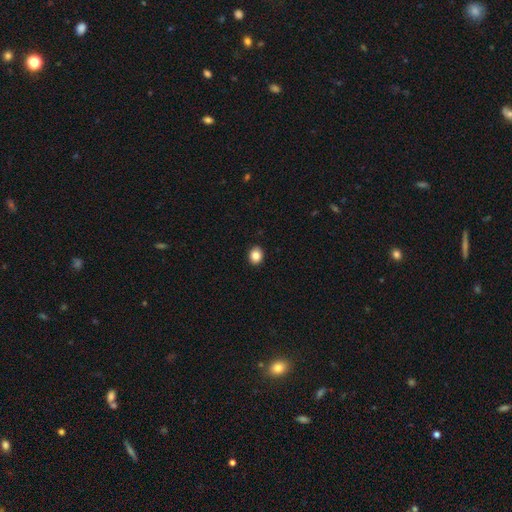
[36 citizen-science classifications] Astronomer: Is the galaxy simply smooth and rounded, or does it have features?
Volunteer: smooth — 83%.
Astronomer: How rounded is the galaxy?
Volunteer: round — 53% (runner-up: in between, 47%).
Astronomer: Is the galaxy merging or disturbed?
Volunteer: none — 84%.